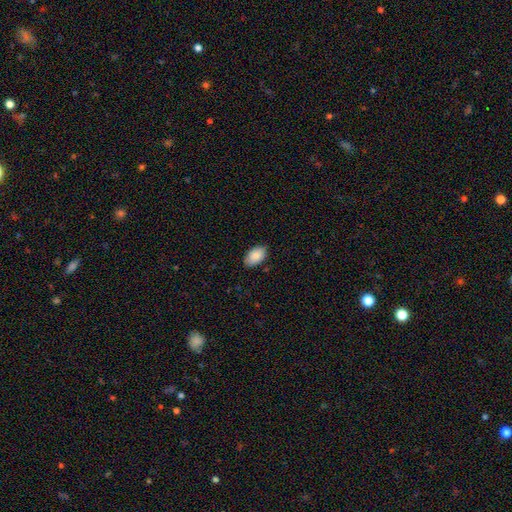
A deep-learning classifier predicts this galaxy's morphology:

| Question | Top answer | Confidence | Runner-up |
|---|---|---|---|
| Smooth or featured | smooth | 88% | star or artifact (6%) |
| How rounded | in between | 94% | round (4%) |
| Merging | none | 84% | minor disturbance (13%) |